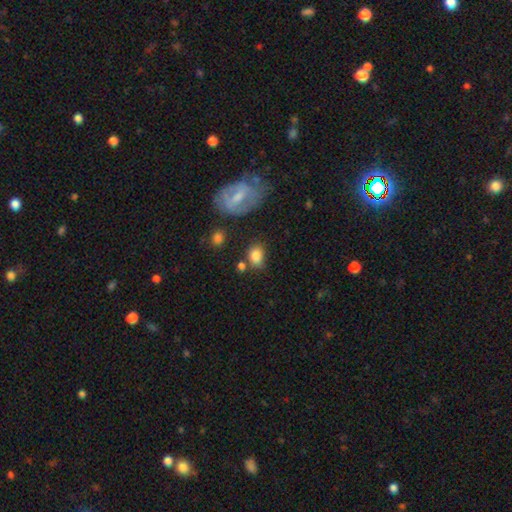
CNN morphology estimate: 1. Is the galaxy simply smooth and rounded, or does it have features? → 82% smooth, 9% star or artifact, 9% featured or disk.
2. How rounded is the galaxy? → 64% in between, 34% round, 2% cigar-shaped.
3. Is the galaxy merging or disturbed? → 62% none, 20% minor disturbance, 11% merger, 7% major disturbance.